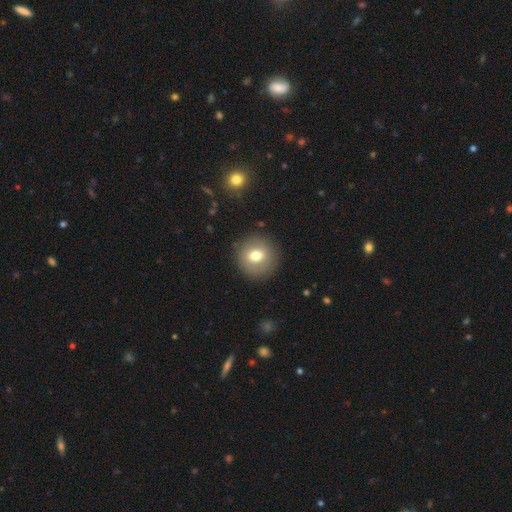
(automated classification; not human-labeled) Morphology: type=smooth (70%); roundness=round (91%); merging=none (88%).